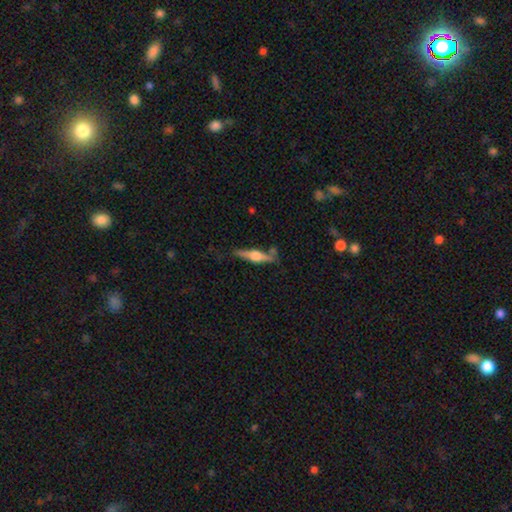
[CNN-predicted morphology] Q: Smooth or featured?
A: featured or disk (66%); runner-up: smooth (29%)
Q: Edge-on disk?
A: yes (96%); runner-up: no (4%)
Q: Edge-on bulge?
A: rounded (91%); runner-up: boxy (7%)
Q: Merging?
A: none (73%); runner-up: minor disturbance (17%)